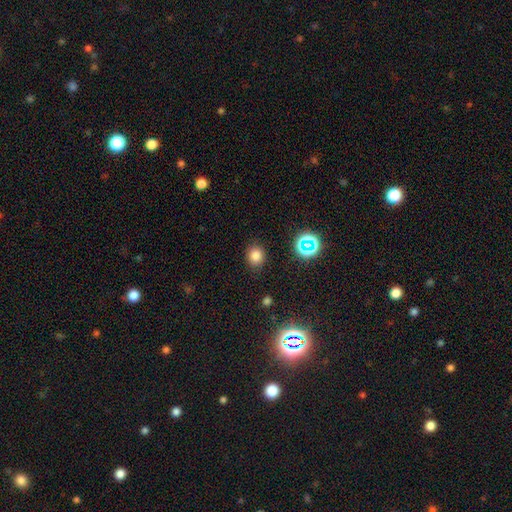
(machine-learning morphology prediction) This appears to be a smooth galaxy with no disk features (78%) that is round (74%). Merging: none (86%).